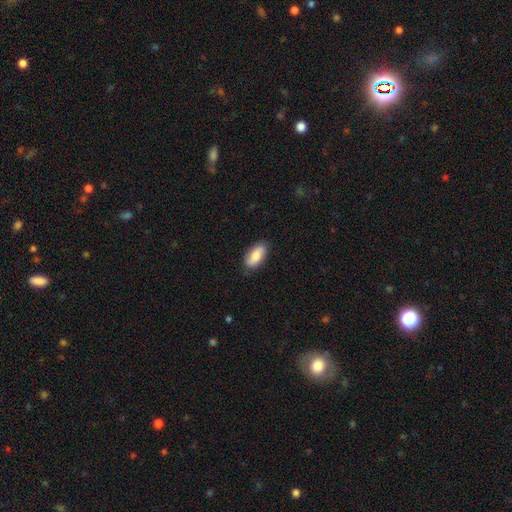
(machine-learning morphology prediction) Overall: smooth (68%). How rounded: in between (91%). Merging: none (81%).